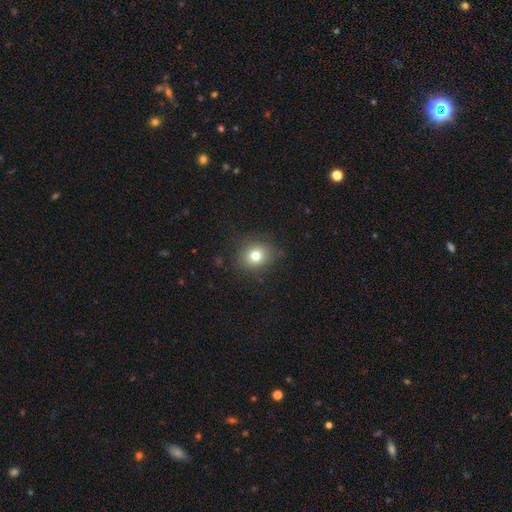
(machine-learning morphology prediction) Smooth or featured? smooth (77%)
How rounded? round (80%)
Merging? none (85%)